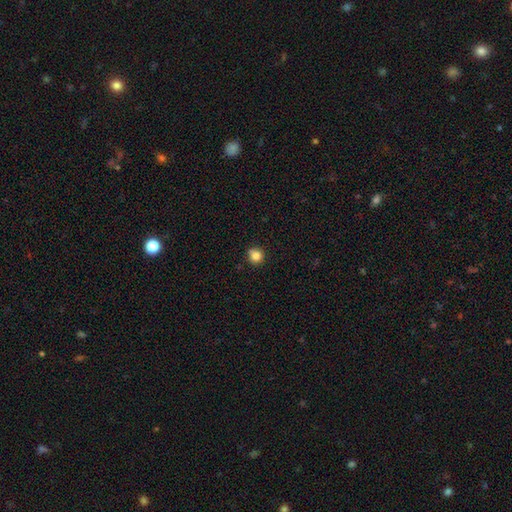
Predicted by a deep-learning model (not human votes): smooth-or-featured: smooth: 82% | star or artifact: 12% | featured or disk: 6%
  how-rounded: round: 93% | in between: 6% | cigar-shaped: 1%
  merging: none: 80% | minor disturbance: 13% | merger: 4% | major disturbance: 3%